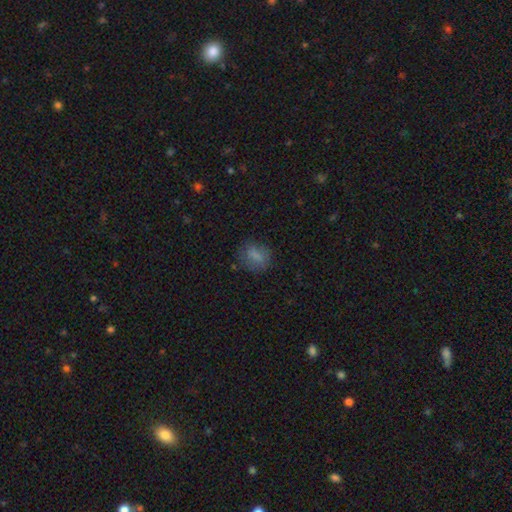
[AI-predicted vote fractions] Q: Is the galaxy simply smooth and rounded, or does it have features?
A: smooth — 75%.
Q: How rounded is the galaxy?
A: round — 50%.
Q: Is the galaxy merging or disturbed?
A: none — 70%.